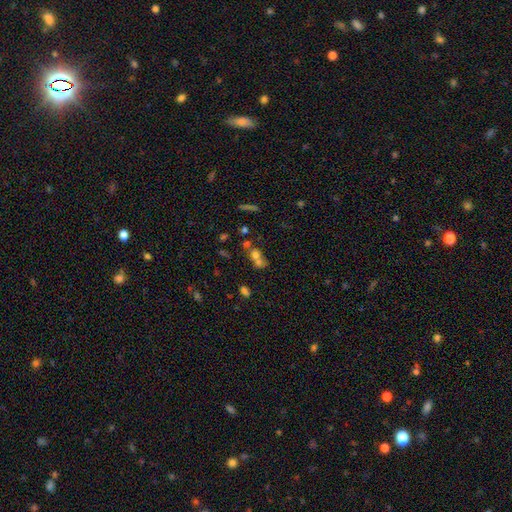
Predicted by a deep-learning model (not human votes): Overall: smooth (62%). How rounded: round (61%; in between 36%). Merging: merger (61%; none 26%).